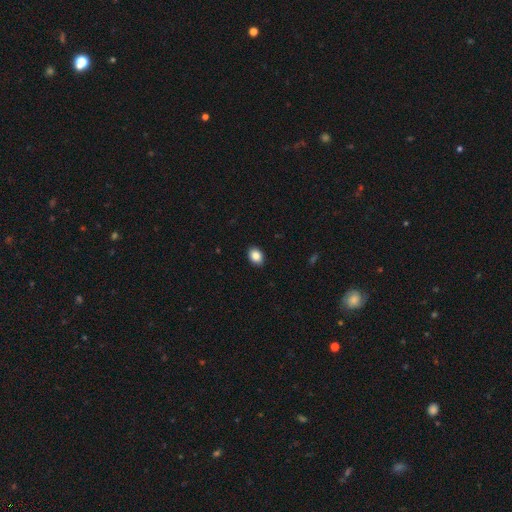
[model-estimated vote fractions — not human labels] Smooth or featured? Predicted: smooth (p=0.87). How rounded? Predicted: in between (p=0.64). Merging? Predicted: none (p=0.89).